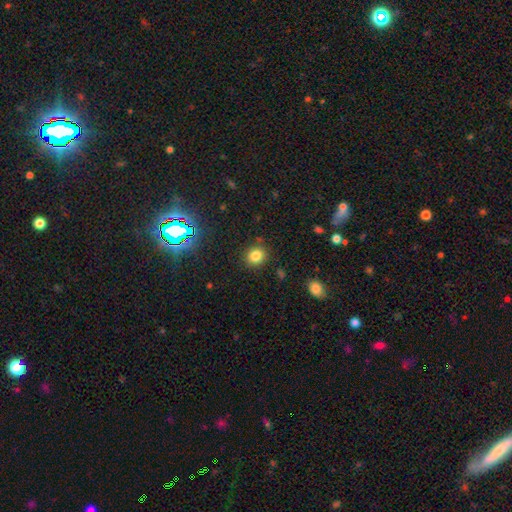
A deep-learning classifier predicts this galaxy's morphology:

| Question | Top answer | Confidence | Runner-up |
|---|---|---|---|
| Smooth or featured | smooth | 80% | star or artifact (14%) |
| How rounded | round | 75% | in between (24%) |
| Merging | none | 86% | minor disturbance (8%) |